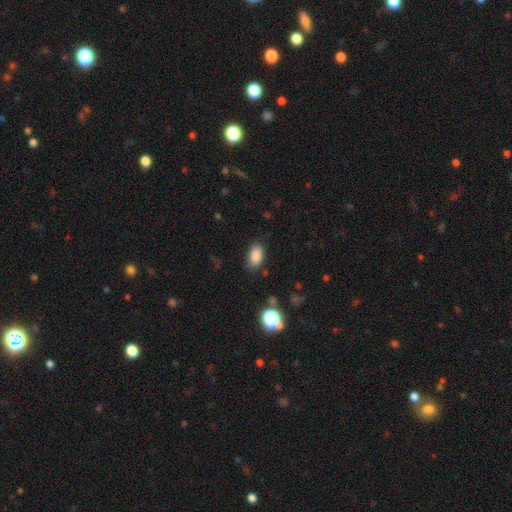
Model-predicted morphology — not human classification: smooth_or_featured: smooth (p=0.86) [alt: star or artifact p=0.10]
how_rounded: in between (p=0.91) [alt: round p=0.07]
merging: none (p=0.83) [alt: minor disturbance p=0.12]